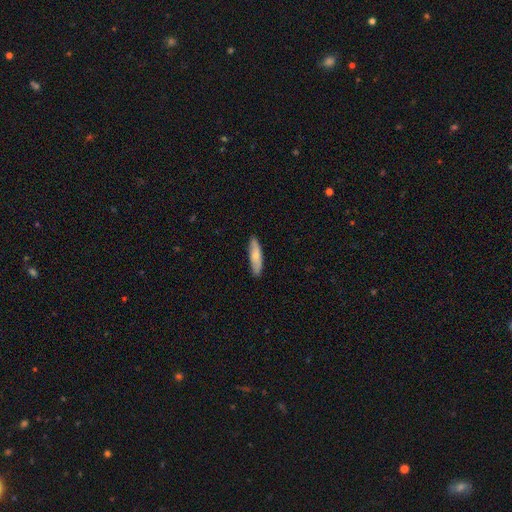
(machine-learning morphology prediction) Smooth or featured?
  - smooth: 72% *
  - featured or disk: 23%
  - star or artifact: 5%
How rounded?
  - cigar-shaped: 65% *
  - in between: 33%
  - round: 2%
Merging?
  - none: 87% *
  - minor disturbance: 11%
  - major disturbance: 2%
  - merger: 1%